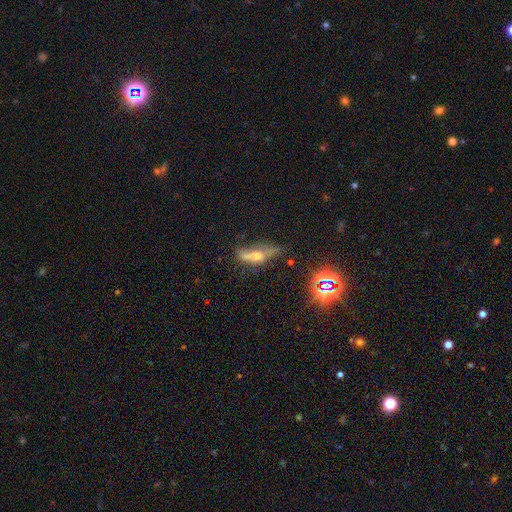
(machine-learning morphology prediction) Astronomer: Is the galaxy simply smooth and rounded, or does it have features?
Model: featured or disk — 46% (runner-up: smooth, 34%).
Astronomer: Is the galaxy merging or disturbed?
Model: none — 40% (runner-up: minor disturbance, 28%).